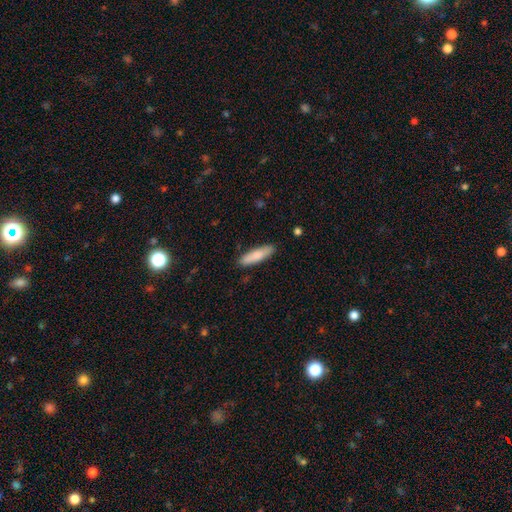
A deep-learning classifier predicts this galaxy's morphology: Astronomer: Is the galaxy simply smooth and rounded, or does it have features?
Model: smooth — 82%.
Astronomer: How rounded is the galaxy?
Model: cigar-shaped — 71%.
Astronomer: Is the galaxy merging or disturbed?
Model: none — 88%.